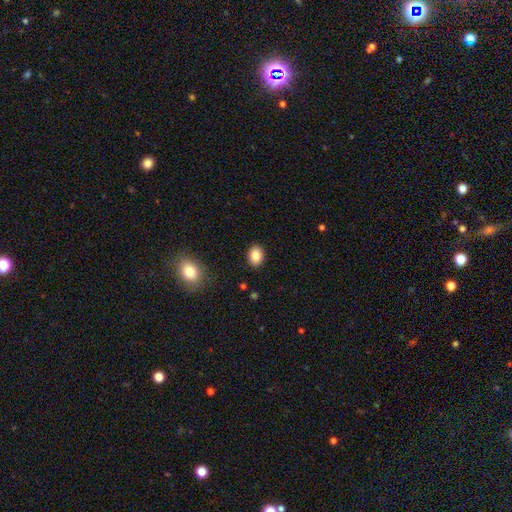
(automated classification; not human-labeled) smooth_or_featured: smooth (p=0.85) [alt: star or artifact p=0.09]
how_rounded: in between (p=0.64) [alt: round p=0.35]
merging: none (p=0.90) [alt: minor disturbance p=0.07]